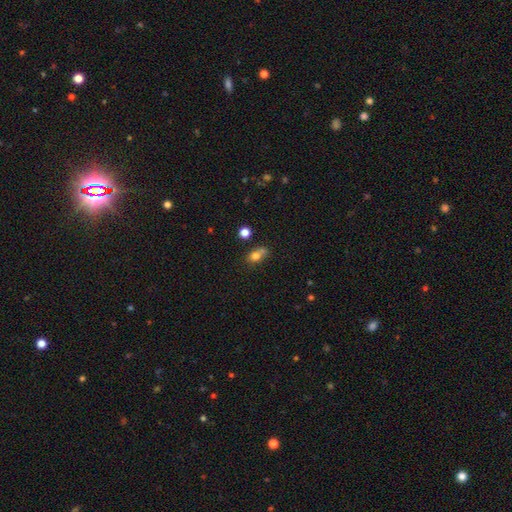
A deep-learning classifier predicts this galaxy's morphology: A smooth galaxy with no disk features (76%) that is in between round and cigar-shaped (51%).

Vote fractions:
- Smooth or featured? smooth: 76% / star or artifact: 13% / featured or disk: 11%
- How rounded? in between: 51% / round: 46% / cigar-shaped: 3%
- Merging? none: 41% / merger: 32% / minor disturbance: 18% / major disturbance: 8%